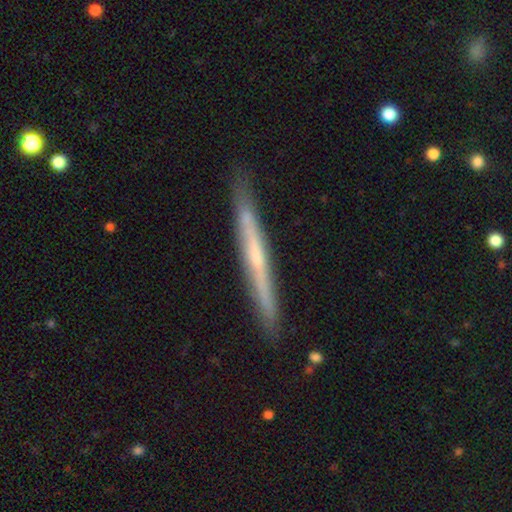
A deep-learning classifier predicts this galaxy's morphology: This is likely a featured or disk galaxy (63%). It is clearly viewed edge-on (96%). Edge-on bulge: possibly none (58%). Merging: clearly none (89%).